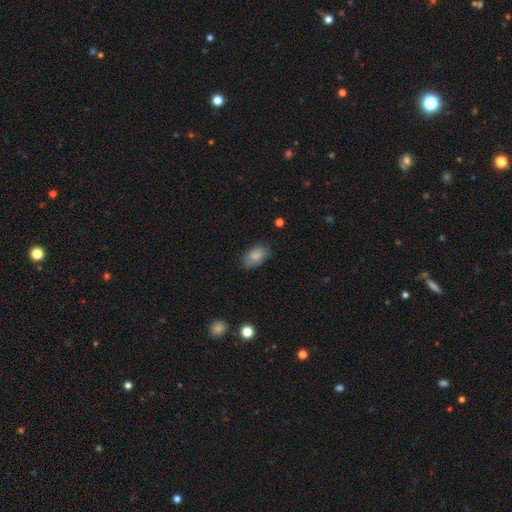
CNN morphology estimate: Q: Smooth or featured?
A: smooth (85%); runner-up: star or artifact (8%)
Q: How rounded?
A: in between (90%); runner-up: round (8%)
Q: Merging?
A: none (77%); runner-up: minor disturbance (18%)